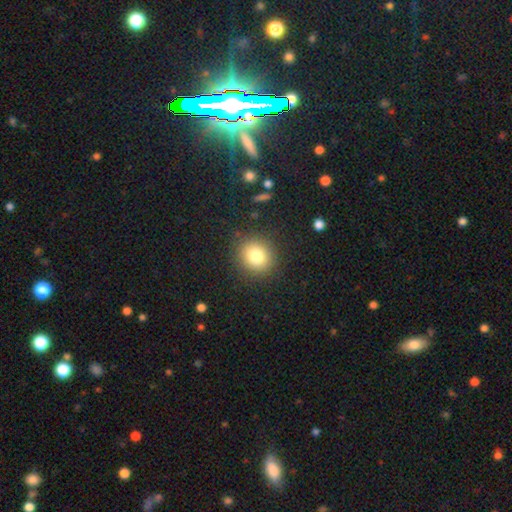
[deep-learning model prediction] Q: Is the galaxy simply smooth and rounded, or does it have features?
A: smooth — 80%.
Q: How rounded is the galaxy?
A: round — 84%.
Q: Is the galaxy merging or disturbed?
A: none — 88%.